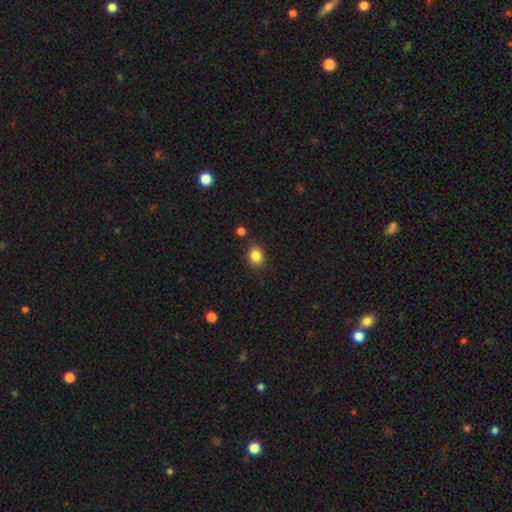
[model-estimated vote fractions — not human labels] Q: Smooth or featured?
A: smooth (85%); runner-up: star or artifact (10%)
Q: How rounded?
A: round (66%); runner-up: in between (33%)
Q: Merging?
A: none (84%); runner-up: minor disturbance (10%)